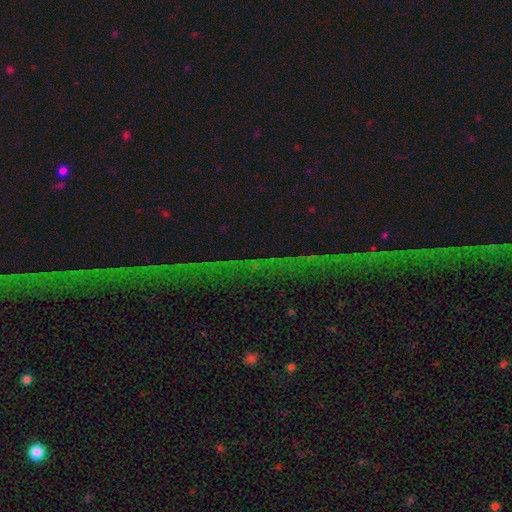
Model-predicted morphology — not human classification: smooth_or_featured: star or artifact (p=0.77) [alt: featured or disk p=0.14]